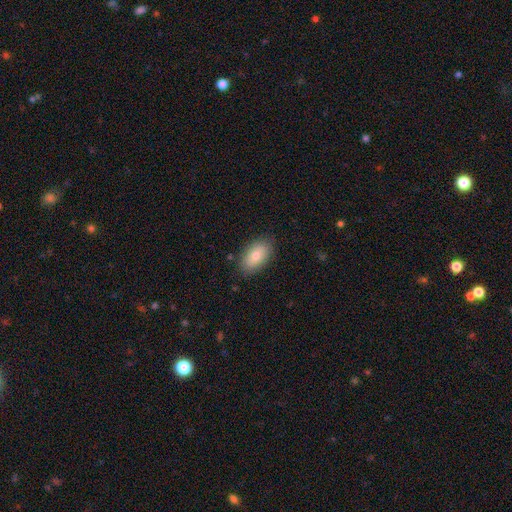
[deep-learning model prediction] Overall: smooth (76%). How rounded: in between (92%). Merging: none (82%).